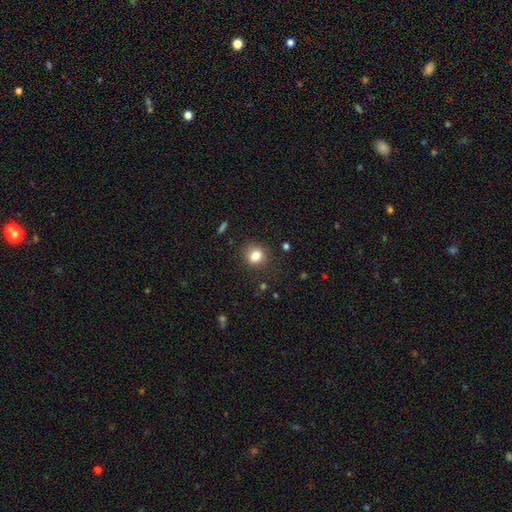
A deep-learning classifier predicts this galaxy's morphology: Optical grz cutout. It shows a smooth galaxy with no disk features (83%) that is round (66%). Merging: none (78%).